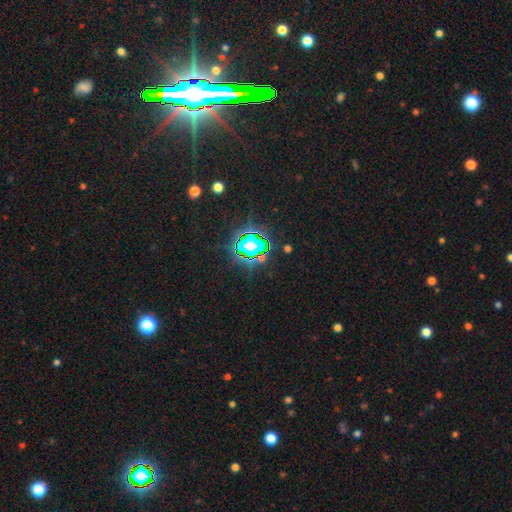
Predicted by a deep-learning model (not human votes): The model was most divided on "smooth or featured": star or artifact: 83%, smooth: 10%, featured or disk: 7%.